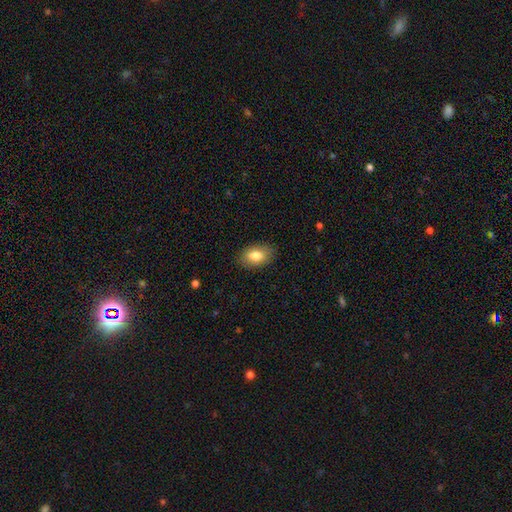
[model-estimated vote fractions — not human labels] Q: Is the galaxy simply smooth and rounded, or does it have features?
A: smooth — 80%.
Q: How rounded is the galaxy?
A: in between — 89%.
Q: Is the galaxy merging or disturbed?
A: none — 87%.